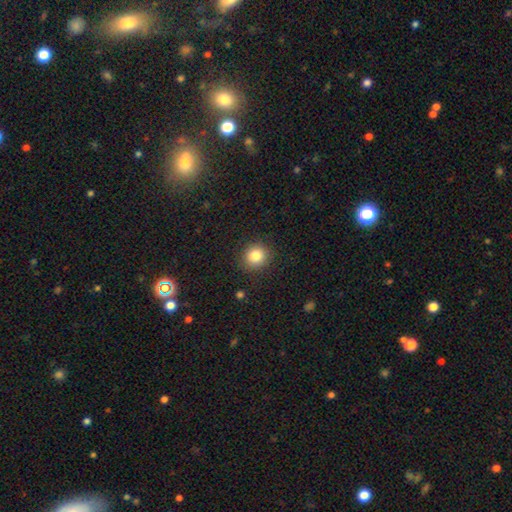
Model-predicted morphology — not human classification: smooth 83%, star or artifact 11%, featured or disk 6%. Down the decision tree: how rounded — round (84%); merging — none (89%).